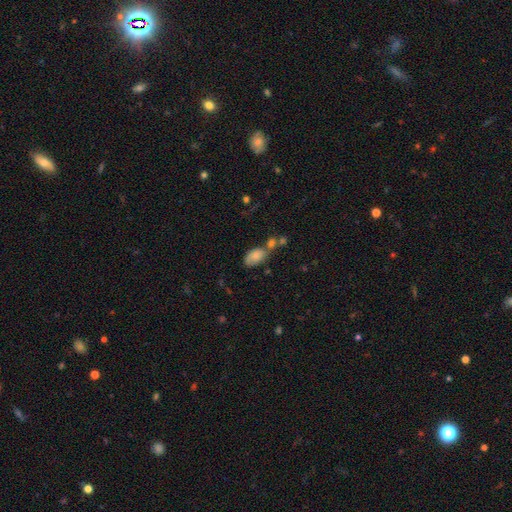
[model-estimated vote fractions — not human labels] Smooth or featured?
  - smooth: 78% *
  - featured or disk: 13%
  - star or artifact: 9%
How rounded?
  - in between: 92% *
  - round: 5%
  - cigar-shaped: 2%
Merging?
  - none: 47% *
  - merger: 27%
  - minor disturbance: 19%
  - major disturbance: 7%